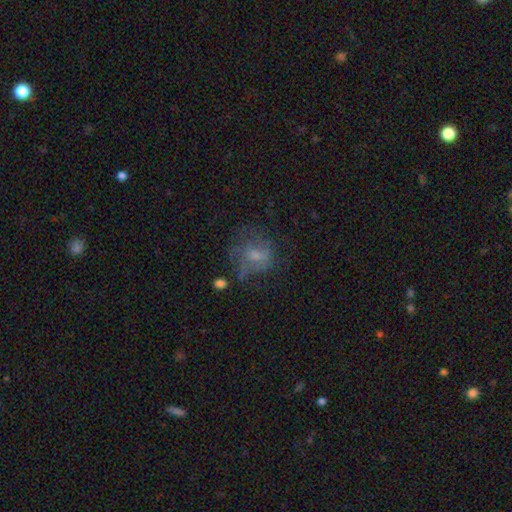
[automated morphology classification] Smooth or featured?
  - smooth: 45% *
  - featured or disk: 41%
  - star or artifact: 14%
Merging?
  - none: 42% *
  - major disturbance: 31%
  - minor disturbance: 23%
  - merger: 4%